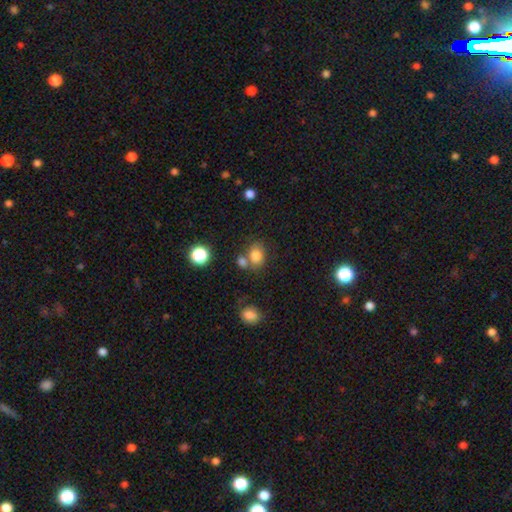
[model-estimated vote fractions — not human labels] smooth-or-featured: smooth: 79% | star or artifact: 12% | featured or disk: 9%
  how-rounded: in between: 58% | round: 41% | cigar-shaped: 1%
  merging: none: 51% | merger: 29% | minor disturbance: 14% | major disturbance: 6%